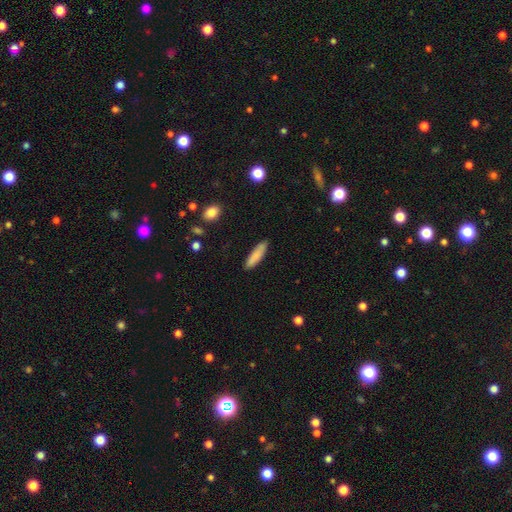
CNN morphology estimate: A smooth galaxy with no disk features (85%) that is cigar-shaped (73%).

Vote fractions:
- Smooth or featured? smooth: 85% / featured or disk: 9% / star or artifact: 6%
- How rounded? cigar-shaped: 73% / in between: 26% / round: 2%
- Merging? none: 87% / minor disturbance: 10% / major disturbance: 2% / merger: 1%